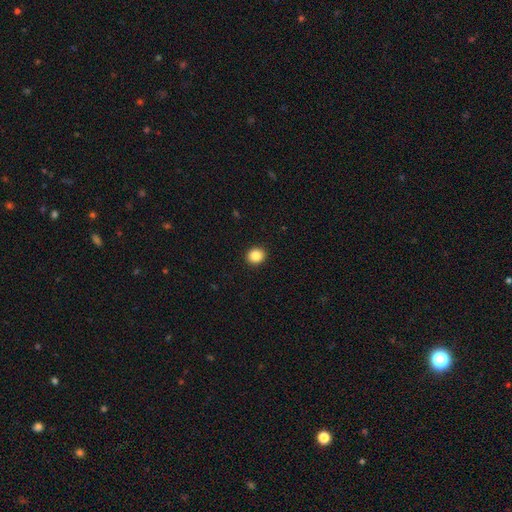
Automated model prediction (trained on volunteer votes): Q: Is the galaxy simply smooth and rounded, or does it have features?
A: smooth — 86%.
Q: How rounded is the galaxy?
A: round — 81%.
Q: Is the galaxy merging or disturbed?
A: none — 93%.